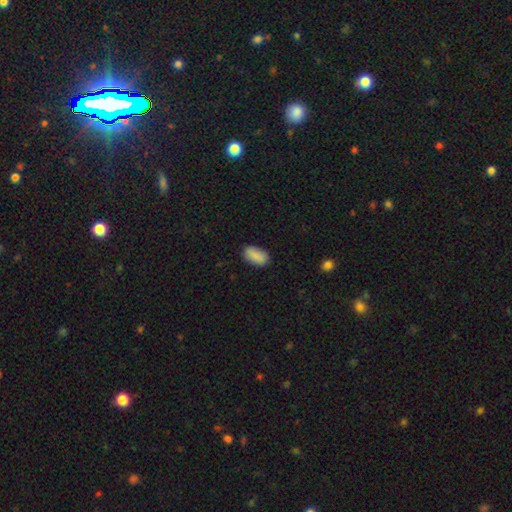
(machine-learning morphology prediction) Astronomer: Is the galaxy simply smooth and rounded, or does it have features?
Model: smooth — 88%.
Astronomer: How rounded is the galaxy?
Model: in between — 93%.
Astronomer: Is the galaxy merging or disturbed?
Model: none — 85%.